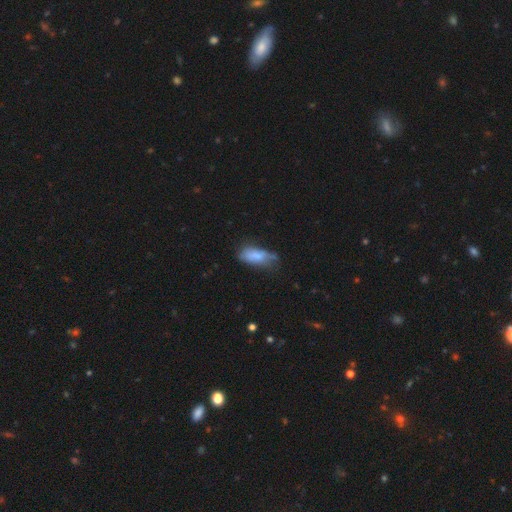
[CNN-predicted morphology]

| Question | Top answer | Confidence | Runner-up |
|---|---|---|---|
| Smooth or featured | smooth | 73% | featured or disk (19%) |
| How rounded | in between | 80% | cigar-shaped (18%) |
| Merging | minor disturbance | 39% | none (37%) |